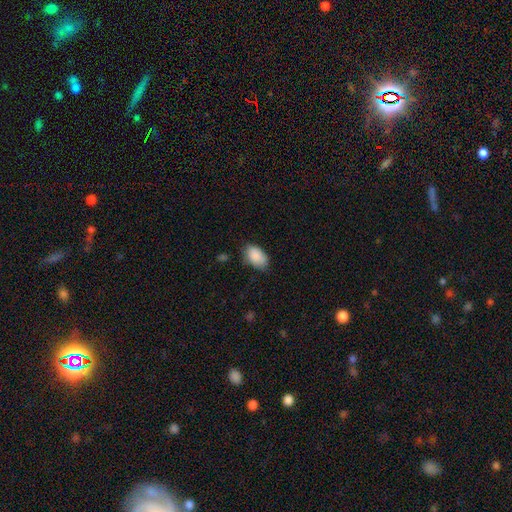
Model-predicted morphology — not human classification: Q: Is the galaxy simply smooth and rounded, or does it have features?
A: smooth — 89%.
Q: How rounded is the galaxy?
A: in between — 92%.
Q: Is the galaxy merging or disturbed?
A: none — 72%.